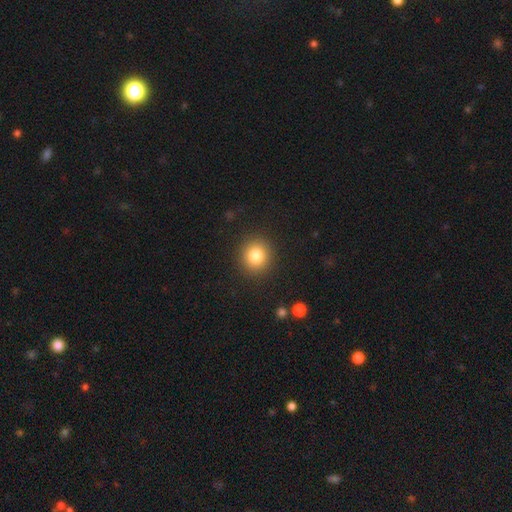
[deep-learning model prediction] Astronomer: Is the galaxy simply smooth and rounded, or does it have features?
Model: smooth — 82%.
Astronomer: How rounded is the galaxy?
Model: round — 89%.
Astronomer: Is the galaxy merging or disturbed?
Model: none — 90%.